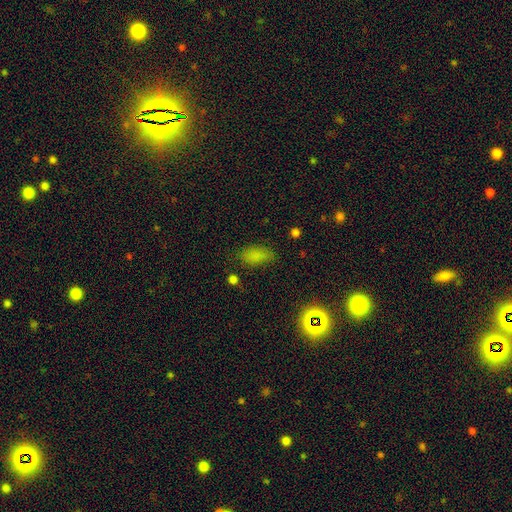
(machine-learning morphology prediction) This is likely a smooth galaxy (79%). How rounded: clearly in between (91%). Merging: likely none (73%).